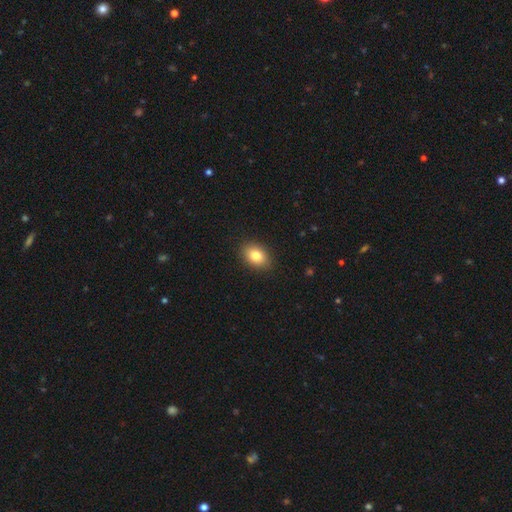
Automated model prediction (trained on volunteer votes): This is clearly a smooth galaxy (82%). How rounded: likely in between (78%). Merging: clearly none (89%).